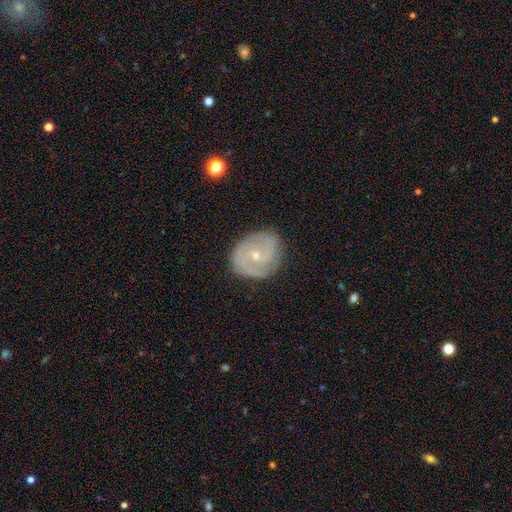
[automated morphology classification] Q: Smooth or featured?
A: featured or disk (77%); runner-up: smooth (16%)
Q: Edge-on disk?
A: no (97%); runner-up: yes (3%)
Q: Bar?
A: no (64%); runner-up: weak (30%)
Q: Spiral arms?
A: yes (91%); runner-up: no (9%)
Q: Spiral winding?
A: tight (55%); runner-up: medium (35%)
Q: Spiral arm count?
A: 2 (52%); runner-up: can't tell (22%)
Q: Bulge size?
A: small (68%); runner-up: moderate (29%)
Q: Merging?
A: none (78%); runner-up: minor disturbance (16%)